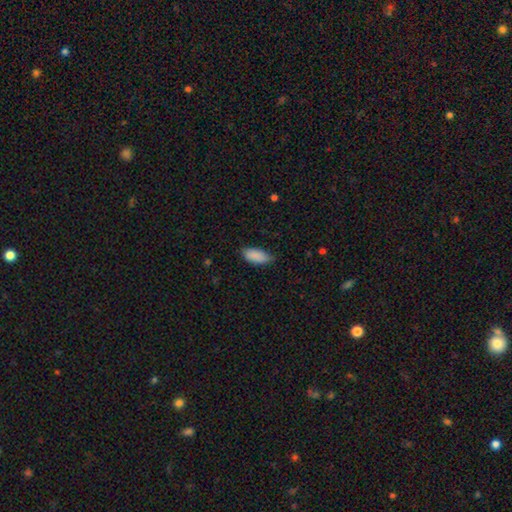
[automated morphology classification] Smooth or featured? Predicted: smooth (p=0.89). How rounded? Predicted: in between (p=0.87). Merging? Predicted: none (p=0.76).